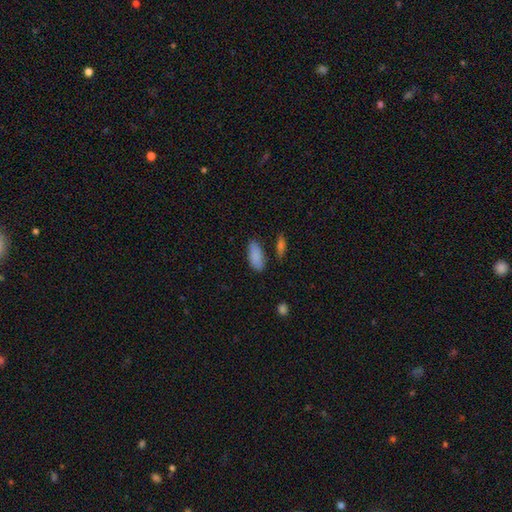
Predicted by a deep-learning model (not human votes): This appears to be a smooth galaxy with no disk features (86%) that is in between round and cigar-shaped (87%). Merging: none (75%).